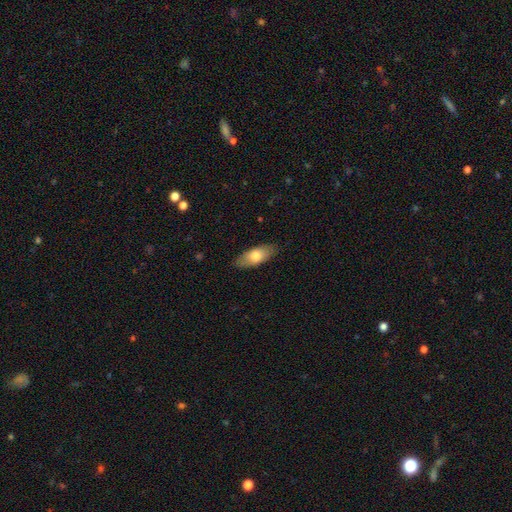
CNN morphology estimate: This appears to be a smooth galaxy with no disk features (73%) that is in between round and cigar-shaped (82%). Merging: none (83%).